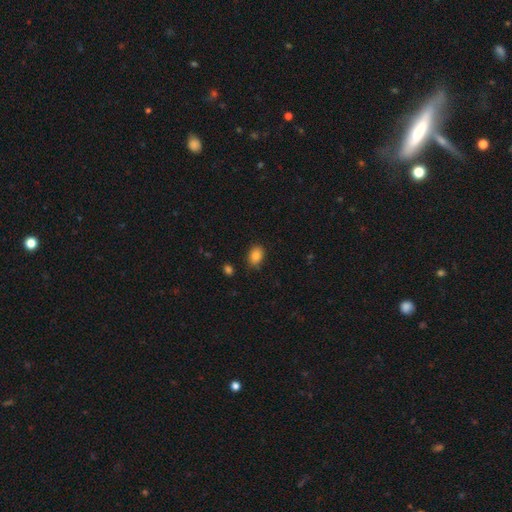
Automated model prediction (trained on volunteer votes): smooth 85%, star or artifact 9%, featured or disk 6%. Down the decision tree: how rounded — in between (78%); merging — none (83%).